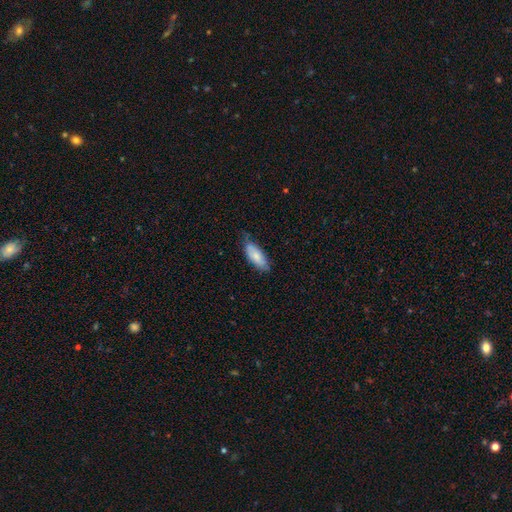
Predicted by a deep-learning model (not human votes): Q: Smooth or featured?
A: smooth (75%); runner-up: featured or disk (19%)
Q: How rounded?
A: in between (79%); runner-up: cigar-shaped (19%)
Q: Merging?
A: none (63%); runner-up: minor disturbance (30%)